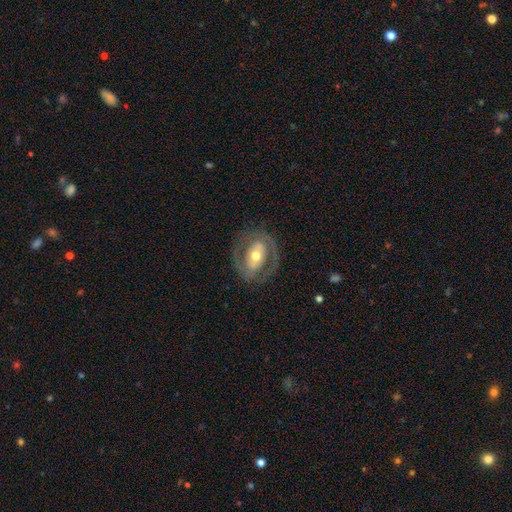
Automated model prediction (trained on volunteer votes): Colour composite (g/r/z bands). It shows a featured or disk galaxy (71%) with no bar (44%), no spiral arms (52%) and a moderate central bulge (65%). Merging: none (76%).